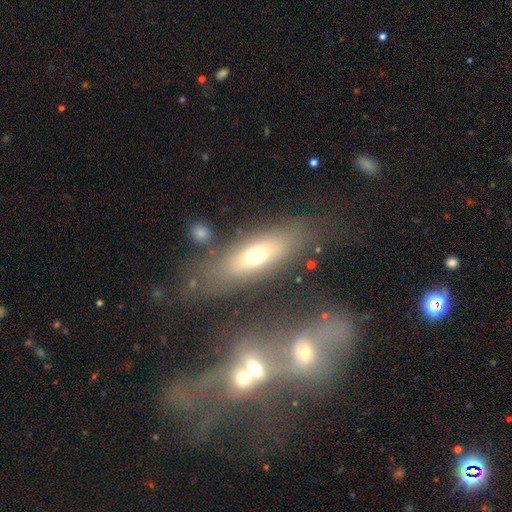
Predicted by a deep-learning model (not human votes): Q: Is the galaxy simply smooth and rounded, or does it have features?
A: smooth — 56%.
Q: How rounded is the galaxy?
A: in between — 58%.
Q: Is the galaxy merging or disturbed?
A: none — 68%.